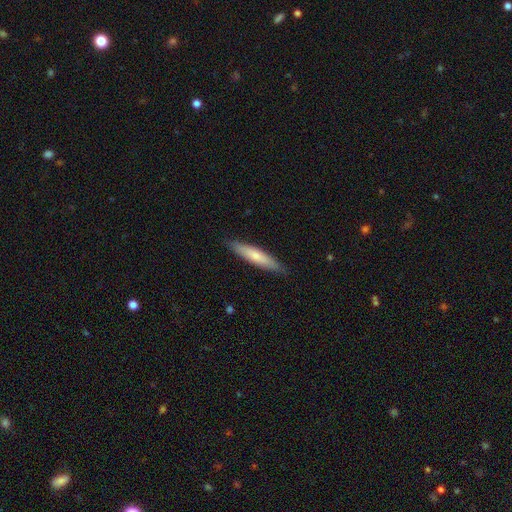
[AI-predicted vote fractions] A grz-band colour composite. It shows a smooth galaxy with no disk features (64%) that is cigar-shaped (85%). Merging: none (88%).